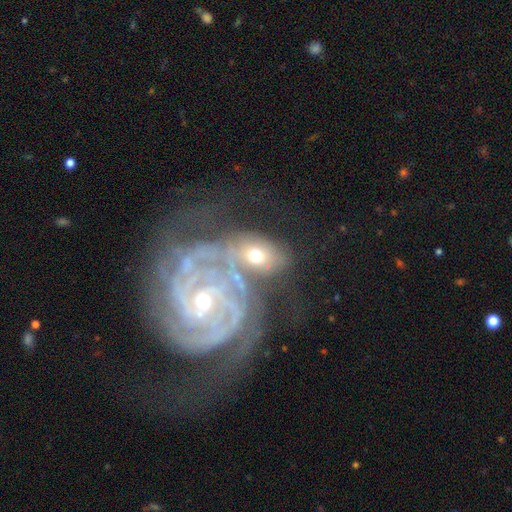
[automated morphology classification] Smooth or featured?
  - featured or disk: 53% *
  - smooth: 34%
  - star or artifact: 13%
Edge-on disk?
  - no: 95% *
  - yes: 5%
Bar?
  - no: 64% *
  - weak: 23%
  - strong: 12%
Spiral arms?
  - yes: 76% *
  - no: 24%
Bulge size?
  - moderate: 55% *
  - small: 30%
  - large: 8%
  - none: 4%
  - dominant: 3%
Merging?
  - none: 37% * (tied)
  - merger: 37% * (tied)
  - minor disturbance: 15%
  - major disturbance: 12%